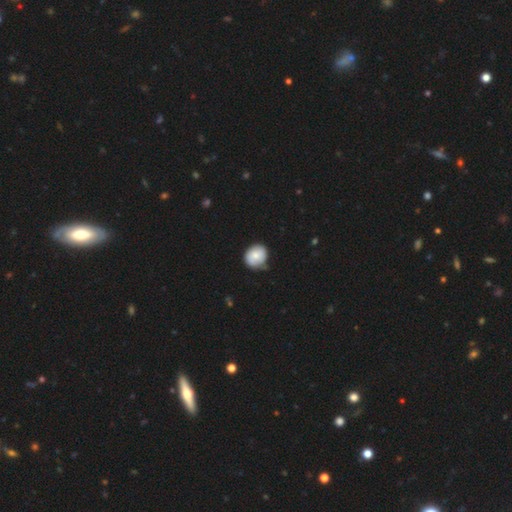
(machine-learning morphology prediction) A smooth galaxy with no disk features (73%) that is round (71%). Merging: none (62%).